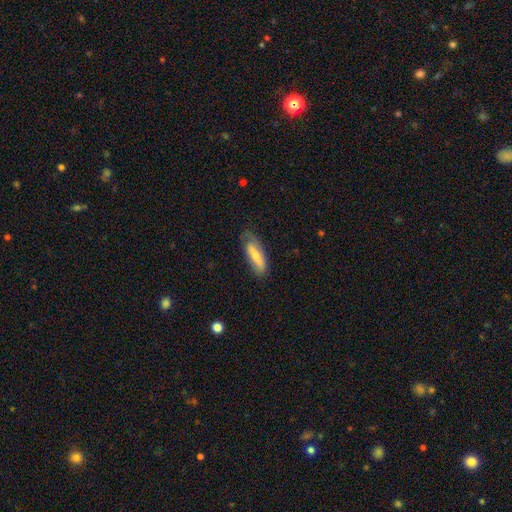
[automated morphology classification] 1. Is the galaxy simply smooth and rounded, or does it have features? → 60% smooth, 34% featured or disk, 6% star or artifact.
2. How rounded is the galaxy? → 56% in between, 42% cigar-shaped, 2% round.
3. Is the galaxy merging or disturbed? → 61% none, 28% minor disturbance, 9% major disturbance, 2% merger.